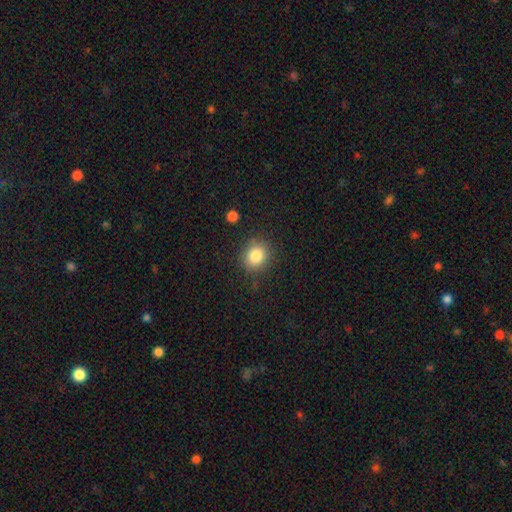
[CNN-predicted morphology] smooth_or_featured: smooth (p=0.83) [alt: star or artifact p=0.10]
how_rounded: round (p=0.71) [alt: in between p=0.28]
merging: none (p=0.83) [alt: minor disturbance p=0.11]